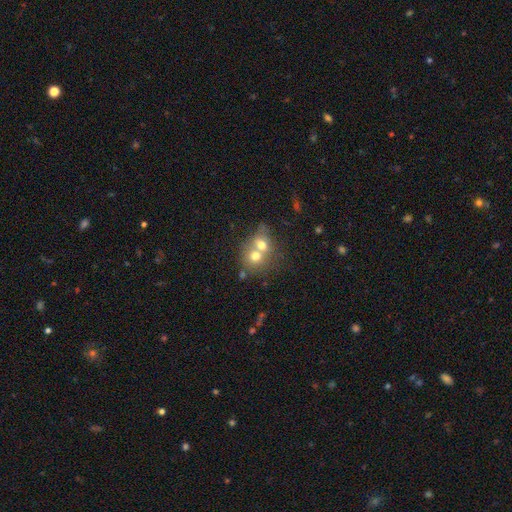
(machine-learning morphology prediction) Smooth or featured? smooth (66%)
How rounded? round (73%)
Merging? merger (67%)